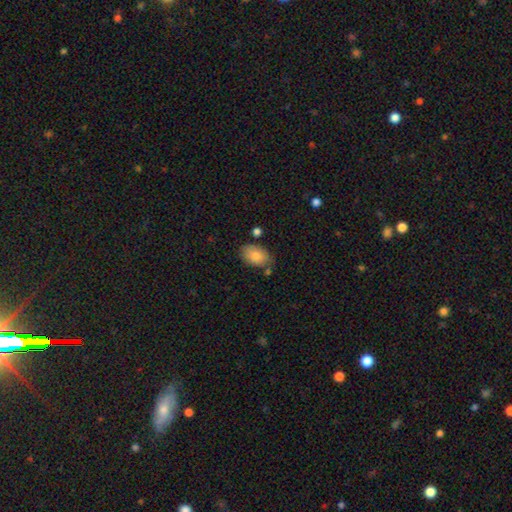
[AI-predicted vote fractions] A smooth galaxy with no disk features (85%) that is in between round and cigar-shaped (90%).

Vote fractions:
- Smooth or featured? smooth: 85% / featured or disk: 9% / star or artifact: 7%
- How rounded? in between: 90% / round: 9% / cigar-shaped: 1%
- Merging? none: 71% / minor disturbance: 18% / merger: 7% / major disturbance: 4%